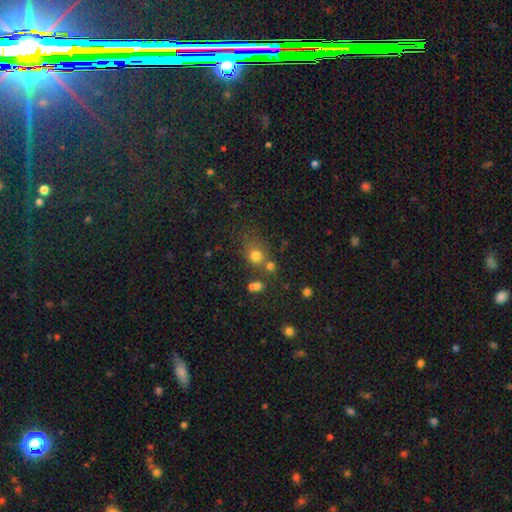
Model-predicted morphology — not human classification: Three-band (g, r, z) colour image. It shows a smooth galaxy with no disk features (72%) that is round (78%). Merging: none (58%).